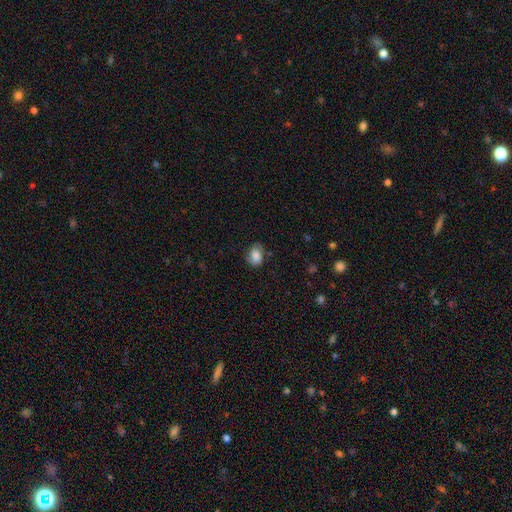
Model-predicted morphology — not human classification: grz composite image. It shows a smooth galaxy with no disk features (75%) that is in between round and cigar-shaped (69%). Merging: none (67%).